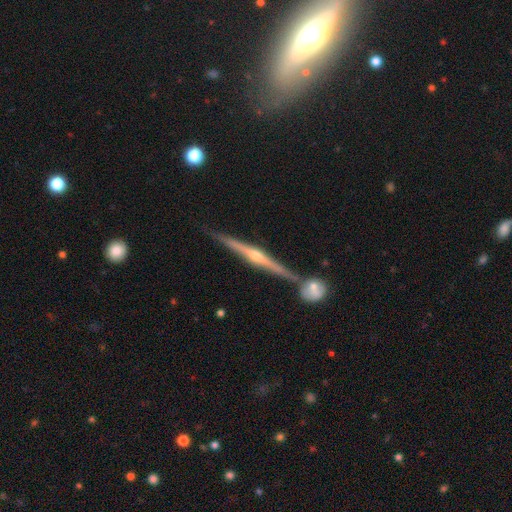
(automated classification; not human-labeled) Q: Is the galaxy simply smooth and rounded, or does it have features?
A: featured or disk — 86%.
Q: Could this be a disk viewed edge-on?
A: yes — 98%.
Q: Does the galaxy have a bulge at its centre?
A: rounded — 87%.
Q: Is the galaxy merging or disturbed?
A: none — 79%.